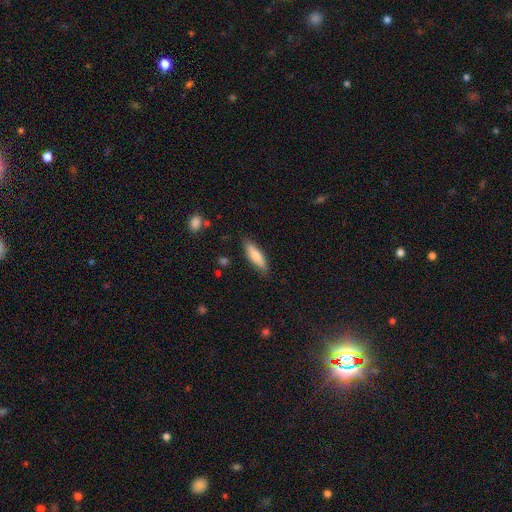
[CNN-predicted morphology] This appears to be a smooth galaxy with no disk features (77%) that is cigar-shaped (59%). Merging: none (85%).